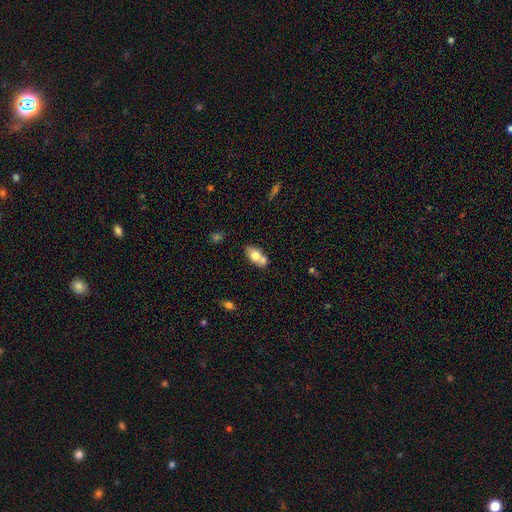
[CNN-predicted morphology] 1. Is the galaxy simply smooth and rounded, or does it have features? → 69% smooth, 23% featured or disk, 8% star or artifact.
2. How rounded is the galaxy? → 84% in between, 11% round, 5% cigar-shaped.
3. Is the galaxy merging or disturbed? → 42% none, 40% merger, 13% minor disturbance, 4% major disturbance.